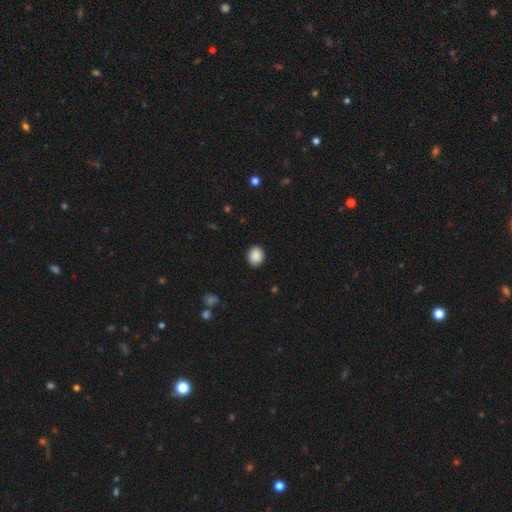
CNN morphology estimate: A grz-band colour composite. It shows a smooth galaxy with no disk features (89%) that is round (58%). Merging: none (90%).